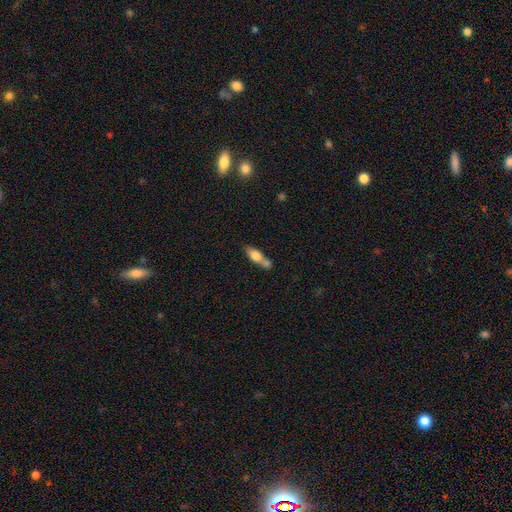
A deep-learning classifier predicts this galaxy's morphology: Smooth or featured?
  - smooth: 64% *
  - featured or disk: 29%
  - star or artifact: 7%
How rounded?
  - in between: 61% *
  - cigar-shaped: 34%
  - round: 5%
Merging?
  - merger: 44% *
  - none: 38%
  - minor disturbance: 13%
  - major disturbance: 5%